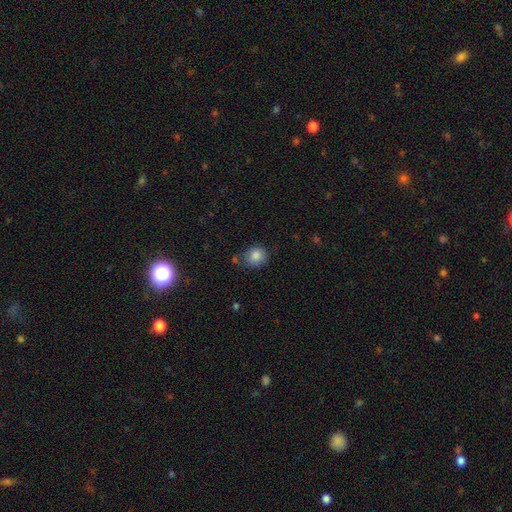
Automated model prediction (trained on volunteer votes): The model was most divided on "merging": none: 67%, minor disturbance: 21%, merger: 7%, major disturbance: 5%. More confident: smooth or featured — smooth (86%); how rounded — round (73%).